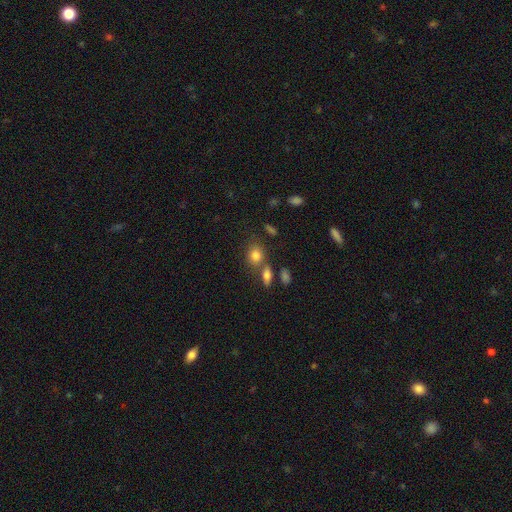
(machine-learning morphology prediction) smooth-or-featured: smooth: 81% | star or artifact: 10% | featured or disk: 9%
  how-rounded: round: 51% | in between: 47% | cigar-shaped: 2%
  merging: none: 60% | merger: 22% | minor disturbance: 14% | major disturbance: 5%